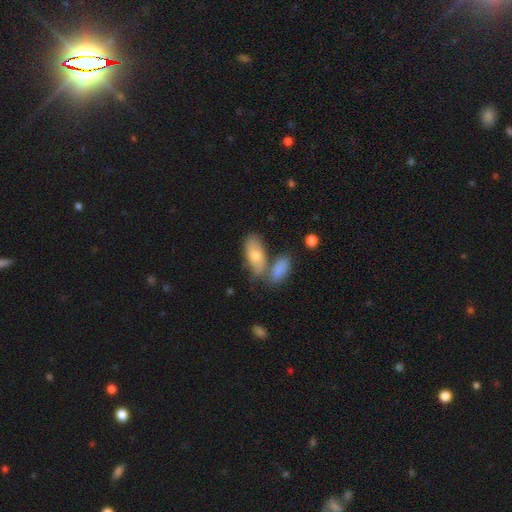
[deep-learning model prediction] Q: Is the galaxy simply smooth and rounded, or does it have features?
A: smooth — 73%.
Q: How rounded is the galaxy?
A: in between — 87%.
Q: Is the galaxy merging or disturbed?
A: none — 49%.